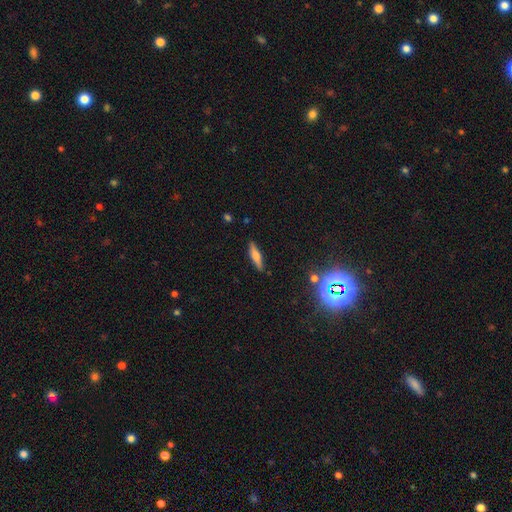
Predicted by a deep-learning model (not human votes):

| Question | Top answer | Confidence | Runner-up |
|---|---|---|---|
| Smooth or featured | smooth | 49% | featured or disk (42%) |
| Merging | none | 88% | minor disturbance (8%) |